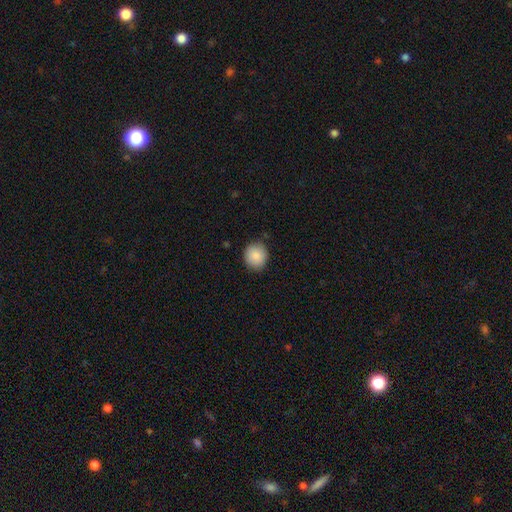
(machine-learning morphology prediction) The model was most divided on "how rounded": round: 86%, in between: 13%, cigar-shaped: 1%. More confident: smooth or featured — smooth (87%); merging — none (86%).